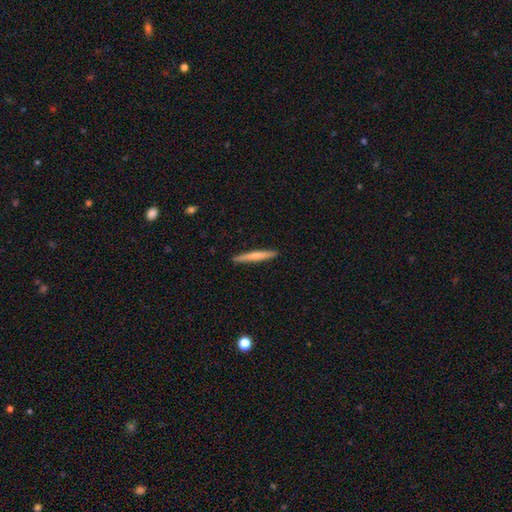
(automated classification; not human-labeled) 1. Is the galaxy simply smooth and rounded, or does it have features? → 64% smooth, 31% featured or disk, 5% star or artifact.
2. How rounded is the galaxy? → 95% cigar-shaped, 3% in between, 1% round.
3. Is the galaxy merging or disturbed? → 91% none, 6% minor disturbance, 1% major disturbance, 1% merger.